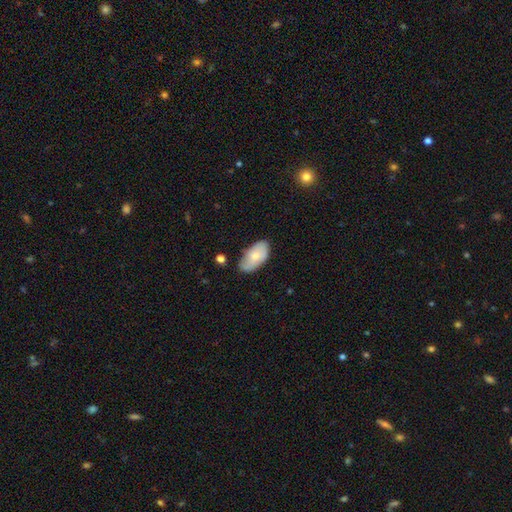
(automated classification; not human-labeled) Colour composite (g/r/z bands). It shows a smooth galaxy with no disk features (71%) that is in between round and cigar-shaped (94%). Merging: none (67%).